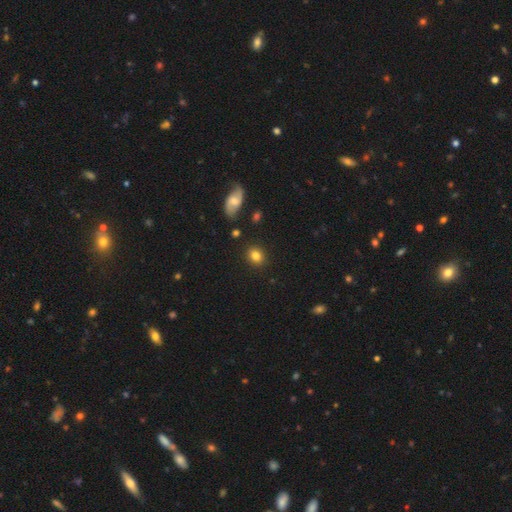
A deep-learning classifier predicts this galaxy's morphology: smooth 82%, star or artifact 10%, featured or disk 8%. Down the decision tree: how rounded — round (67%); merging — none (87%).